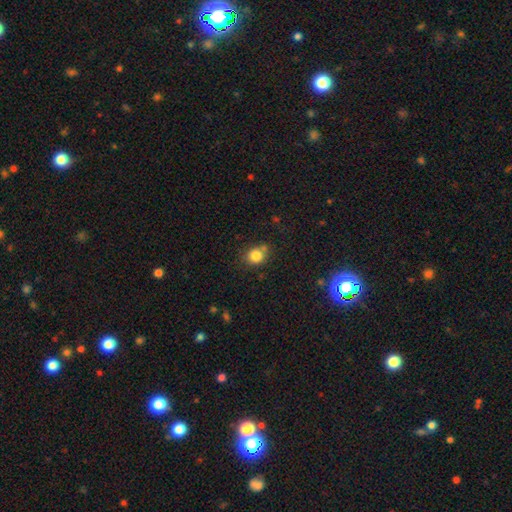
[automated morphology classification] The model was most divided on "how rounded": round: 73%, in between: 26%, cigar-shaped: 1%. More confident: smooth or featured — smooth (82%); merging — none (67%).